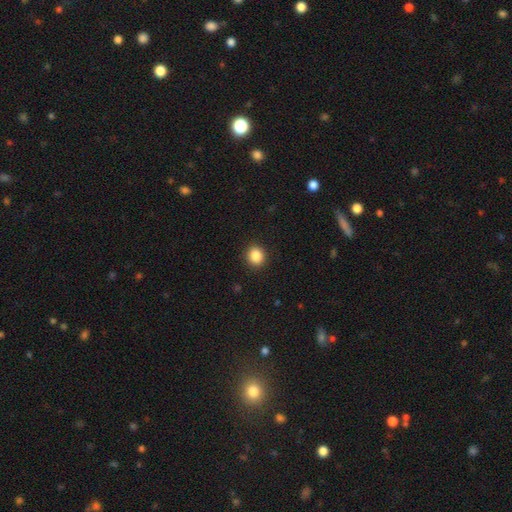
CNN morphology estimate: Smooth or featured? Predicted: smooth (p=0.86). How rounded? Predicted: round (p=0.82). Merging? Predicted: none (p=0.92).